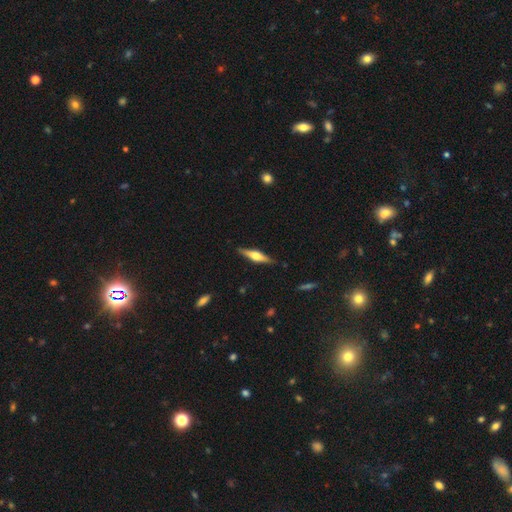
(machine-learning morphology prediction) Overall: featured or disk (67%; smooth 27%). Edge-on disk: yes (97%). Edge-on bulge: rounded (86%). Merging: none (87%).